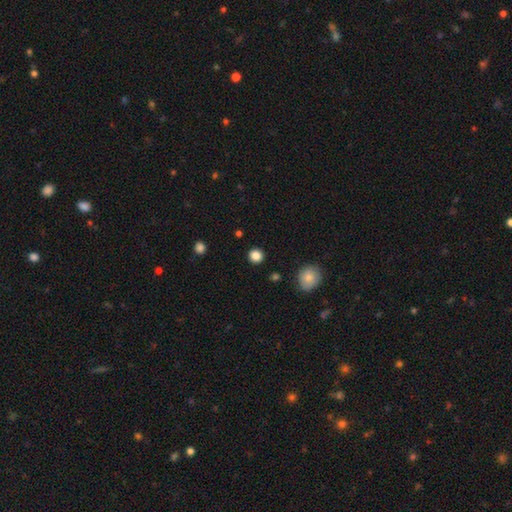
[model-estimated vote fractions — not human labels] Smooth or featured?
  - smooth: 85% *
  - star or artifact: 11%
  - featured or disk: 4%
How rounded?
  - round: 91% *
  - in between: 8%
  - cigar-shaped: 1%
Merging?
  - none: 91% *
  - minor disturbance: 6%
  - major disturbance: 2%
  - merger: 2%